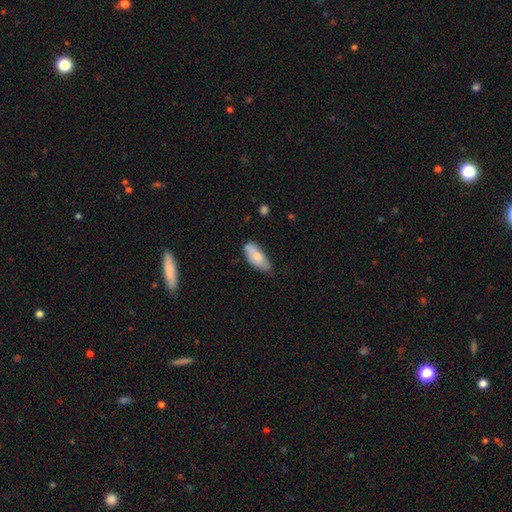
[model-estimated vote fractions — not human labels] Q: Smooth or featured?
A: smooth (72%); runner-up: featured or disk (22%)
Q: How rounded?
A: in between (85%); runner-up: cigar-shaped (13%)
Q: Merging?
A: none (57%); runner-up: minor disturbance (32%)